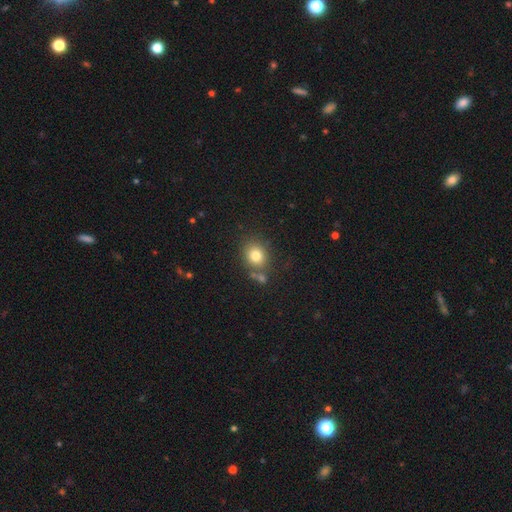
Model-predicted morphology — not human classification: Smooth or featured? smooth (79%)
How rounded? round (70%)
Merging? none (69%)